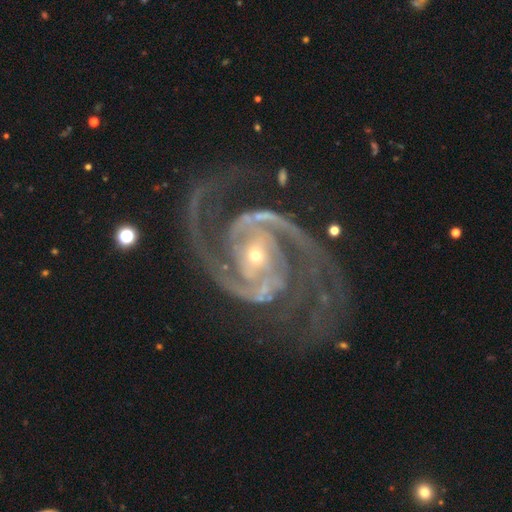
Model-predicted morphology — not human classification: featured or disk 94%, star or artifact 4%, smooth 2%. Down the decision tree: edge-on disk — no (98%); bar — no (45%); spiral arms — yes (99%); spiral arm count — 2 (83%); spiral winding — medium (56%); bulge size — small (66%); merging — none (71%).